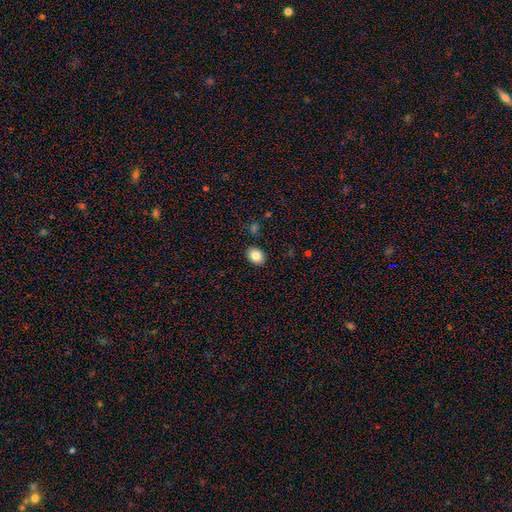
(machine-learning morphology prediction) A smooth galaxy with no disk features (84%) that is in between round and cigar-shaped (65%).

Vote fractions:
- Smooth or featured? smooth: 84% / star or artifact: 9% / featured or disk: 7%
- How rounded? in between: 65% / round: 34% / cigar-shaped: 1%
- Merging? none: 89% / minor disturbance: 7% / major disturbance: 2% / merger: 2%